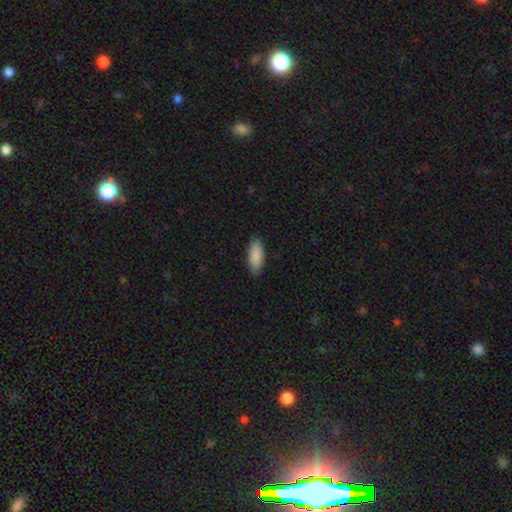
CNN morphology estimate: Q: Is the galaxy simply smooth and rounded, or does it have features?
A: smooth — 89%.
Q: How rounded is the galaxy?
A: in between — 80%.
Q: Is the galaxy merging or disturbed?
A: none — 86%.